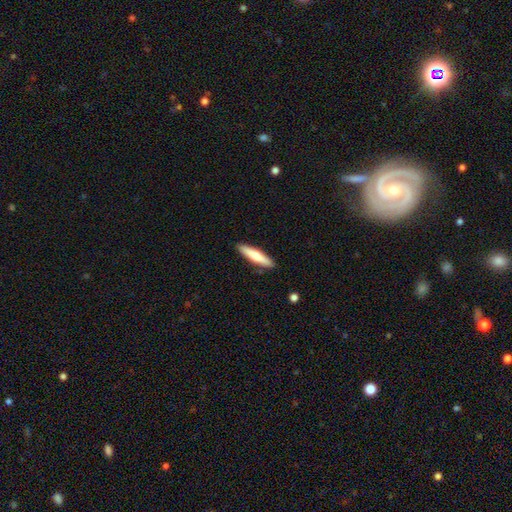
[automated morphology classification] Overall: smooth (65%; featured or disk 29%). How rounded: cigar-shaped (82%). Merging: none (89%).